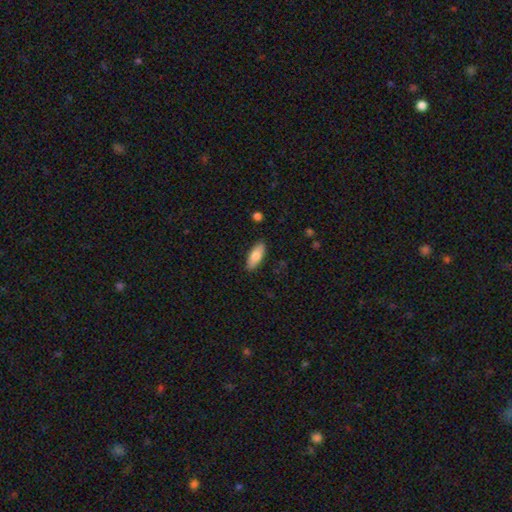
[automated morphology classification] A smooth galaxy with no disk features (79%) that is in between round and cigar-shaped (79%).

Vote fractions:
- Smooth or featured? smooth: 79% / featured or disk: 15% / star or artifact: 6%
- How rounded? in between: 79% / cigar-shaped: 19% / round: 2%
- Merging? none: 88% / minor disturbance: 9% / major disturbance: 2% / merger: 1%